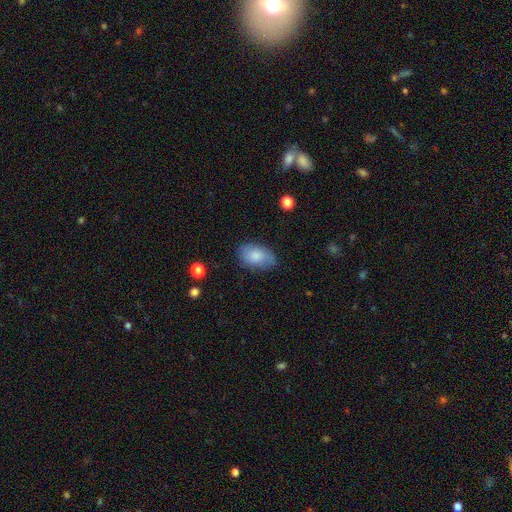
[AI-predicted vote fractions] A smooth galaxy with no disk features (81%) that is in between round and cigar-shaped (92%). Merging: none (75%).